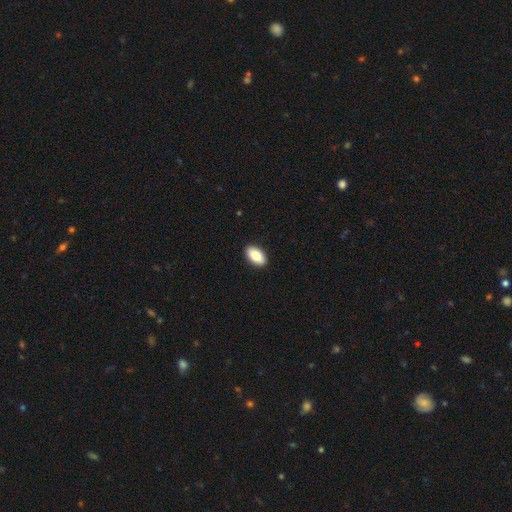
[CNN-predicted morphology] Overall: smooth (87%). How rounded: in between (94%). Merging: none (91%).